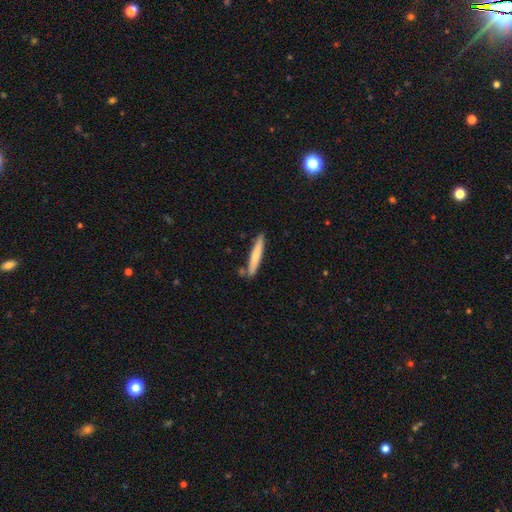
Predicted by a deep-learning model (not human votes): Smooth or featured? Predicted: smooth (p=0.69). How rounded? Predicted: cigar-shaped (p=0.94). Merging? Predicted: none (p=0.81).